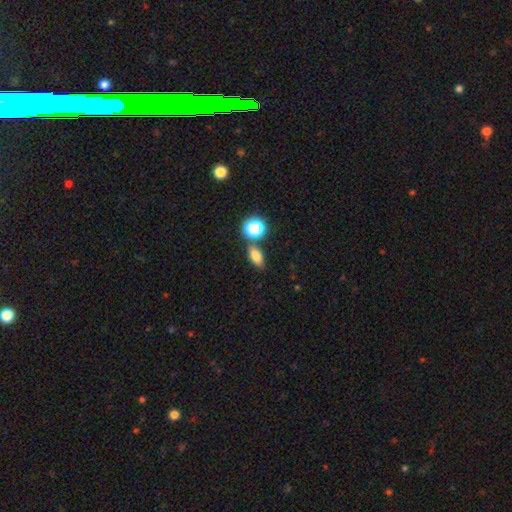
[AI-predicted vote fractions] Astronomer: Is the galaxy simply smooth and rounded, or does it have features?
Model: smooth — 76%.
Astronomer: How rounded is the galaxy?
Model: in between — 76%.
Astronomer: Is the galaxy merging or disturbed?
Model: none — 74%.